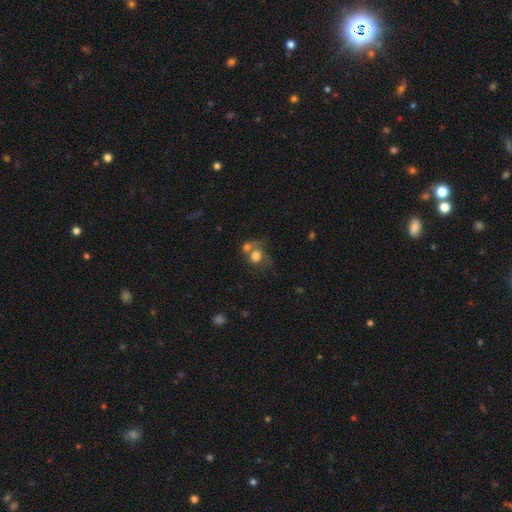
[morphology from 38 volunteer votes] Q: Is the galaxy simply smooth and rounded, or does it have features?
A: smooth — 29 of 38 (76%).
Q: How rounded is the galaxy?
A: round — 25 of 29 (86%).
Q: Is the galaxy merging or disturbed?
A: merger — 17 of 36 (47%).